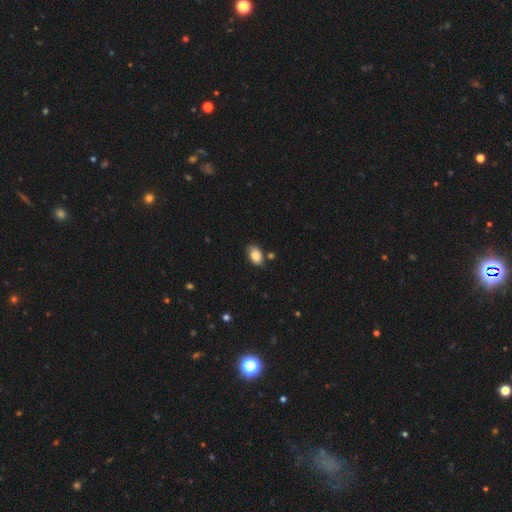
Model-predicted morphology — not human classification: Smooth or featured: smooth — 79% (featured or disk — 13%)
How rounded: in between — 88% (round — 10%)
Merging: none — 71% (minor disturbance — 20%)